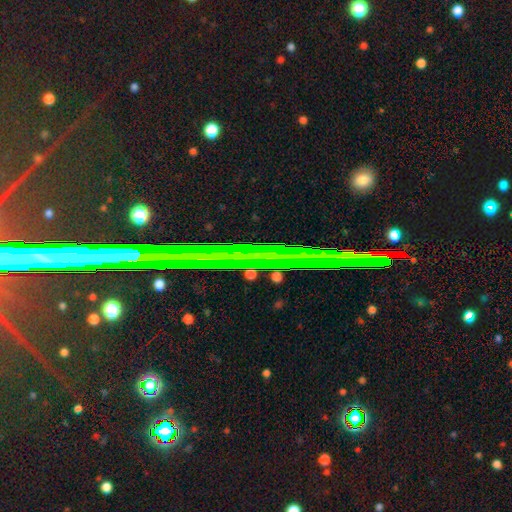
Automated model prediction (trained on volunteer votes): Smooth or featured?
  - star or artifact: 63% *
  - featured or disk: 25%
  - smooth: 12%